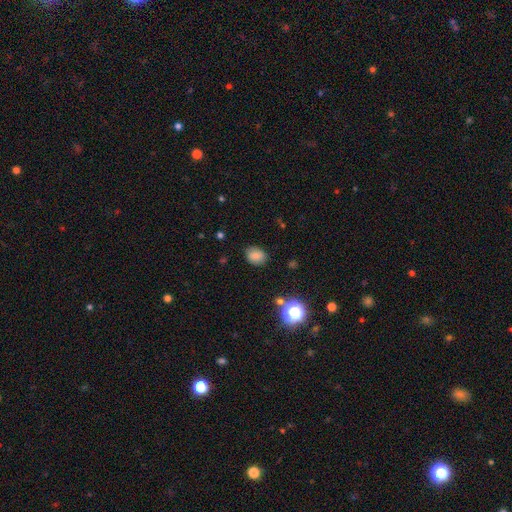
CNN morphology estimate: A smooth galaxy with no disk features (81%) that is in between round and cigar-shaped (55%).

Vote fractions:
- Smooth or featured? smooth: 81% / star or artifact: 13% / featured or disk: 6%
- How rounded? in between: 55% / round: 44% / cigar-shaped: 1%
- Merging? none: 83% / minor disturbance: 13% / major disturbance: 3% / merger: 2%